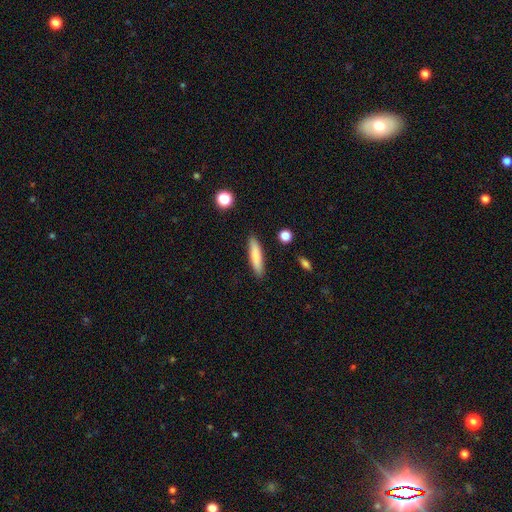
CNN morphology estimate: type=smooth (80%); roundness=cigar-shaped (82%); merging=none (88%).